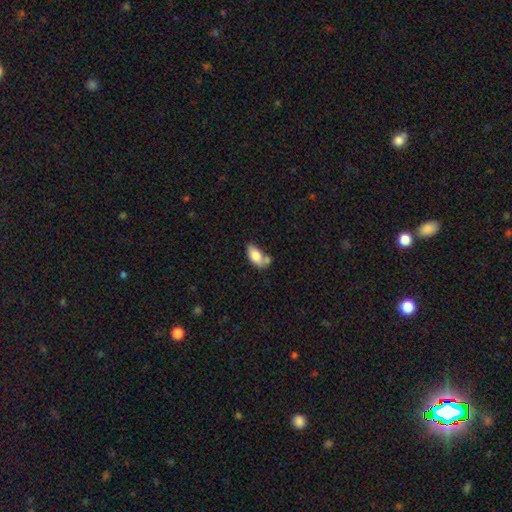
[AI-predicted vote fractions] smooth_or_featured: smooth (p=0.78) [alt: featured or disk p=0.15]
how_rounded: in between (p=0.91) [alt: cigar-shaped p=0.05]
merging: none (p=0.39) [alt: merger p=0.30]